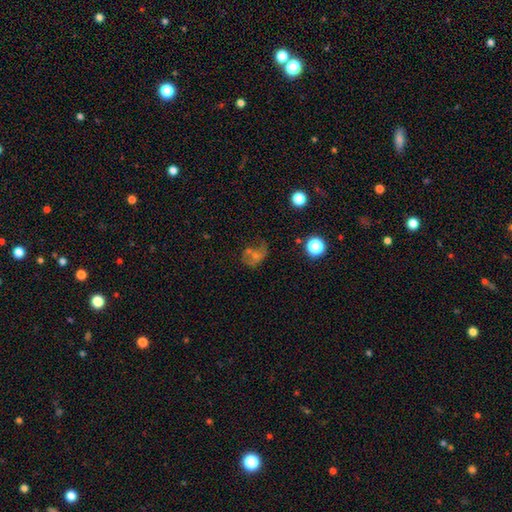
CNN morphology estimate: Q: Smooth or featured?
A: featured or disk (43%); runner-up: smooth (31%)
Q: Merging?
A: none (38%); runner-up: major disturbance (31%)